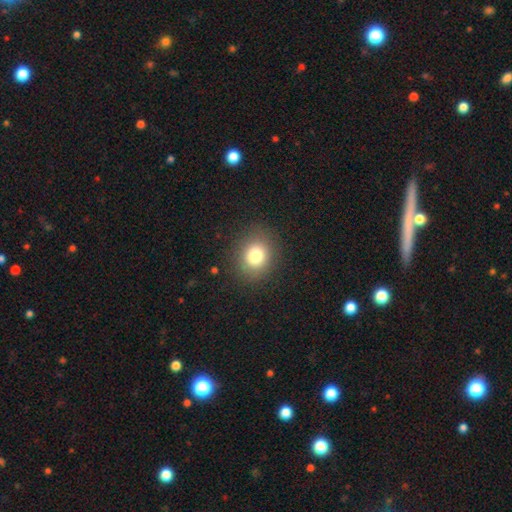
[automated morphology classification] type=smooth (78%); roundness=round (69%); merging=none (87%).